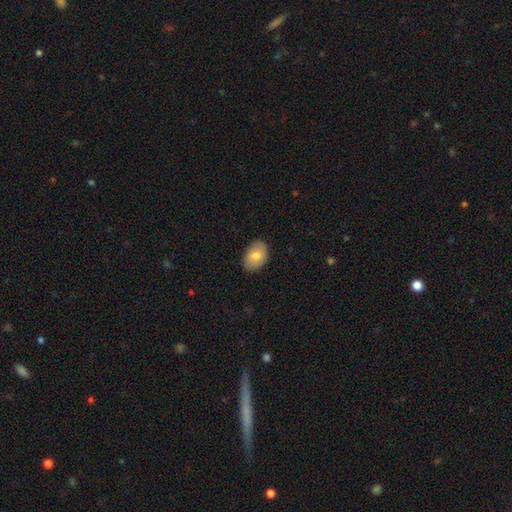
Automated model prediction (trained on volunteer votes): Smooth or featured?
  - smooth: 78% *
  - featured or disk: 16%
  - star or artifact: 6%
How rounded?
  - in between: 85% *
  - round: 14%
  - cigar-shaped: 1%
Merging?
  - none: 87% *
  - minor disturbance: 10%
  - major disturbance: 2%
  - merger: 1%